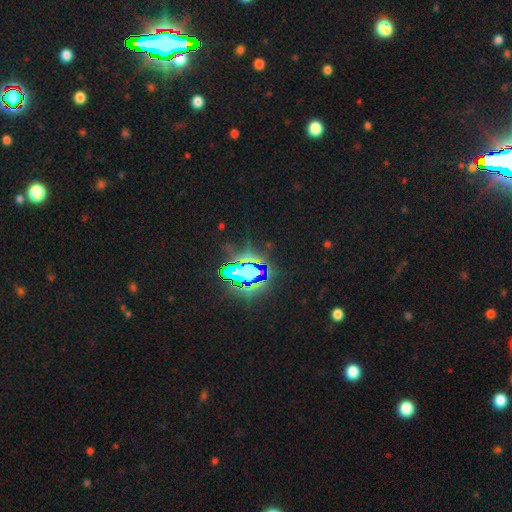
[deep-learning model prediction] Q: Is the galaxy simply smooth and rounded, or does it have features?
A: star or artifact — 81%.